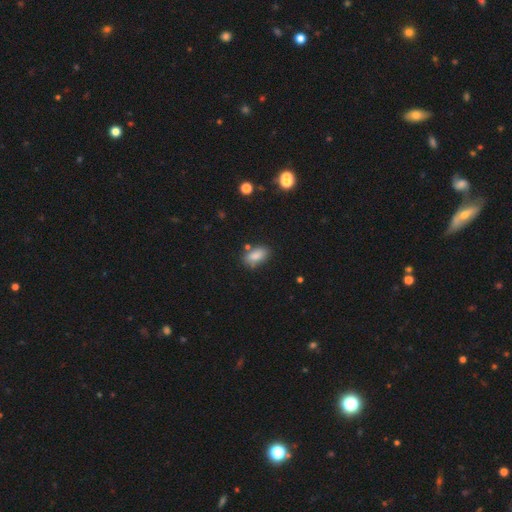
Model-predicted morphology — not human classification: Smooth or featured?
  - smooth: 84% *
  - star or artifact: 8%
  - featured or disk: 7%
How rounded?
  - in between: 89% *
  - round: 7%
  - cigar-shaped: 4%
Merging?
  - none: 72% *
  - minor disturbance: 17%
  - merger: 7%
  - major disturbance: 4%